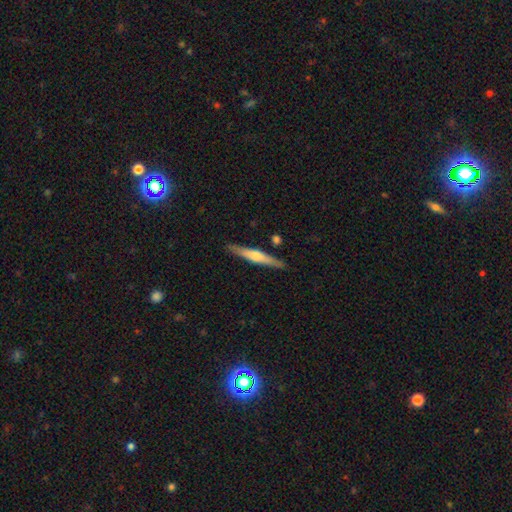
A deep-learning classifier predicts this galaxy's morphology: This is likely a featured or disk galaxy (60%). It is clearly viewed edge-on (97%). Edge-on bulge: clearly rounded (83%). Merging: clearly none (88%).